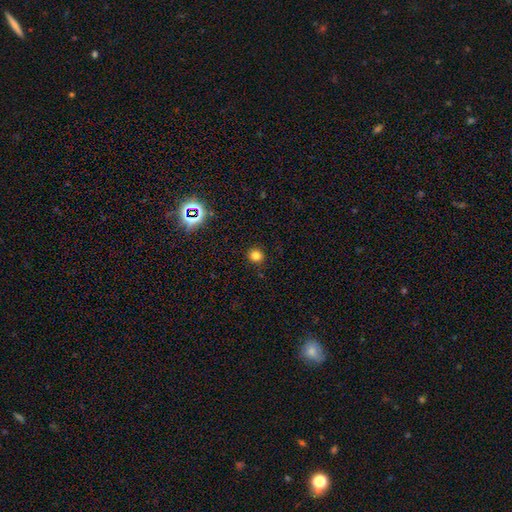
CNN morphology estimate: Overall: smooth (80%). How rounded: round (91%). Merging: none (91%).